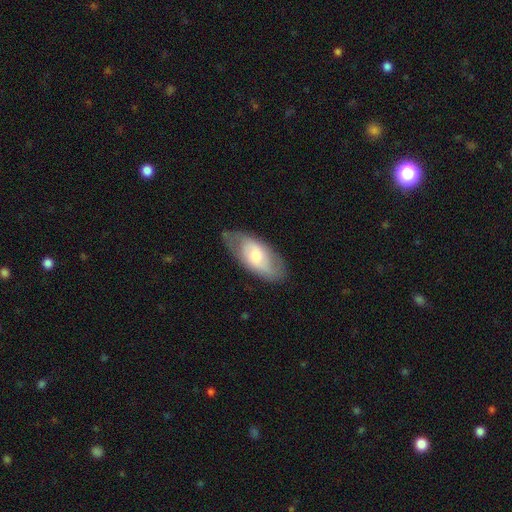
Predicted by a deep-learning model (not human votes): smooth_or_featured: smooth (p=0.51) [alt: featured or disk p=0.43]
how_rounded: in between (p=0.89) [alt: cigar-shaped p=0.07]
merging: none (p=0.72) [alt: minor disturbance p=0.21]